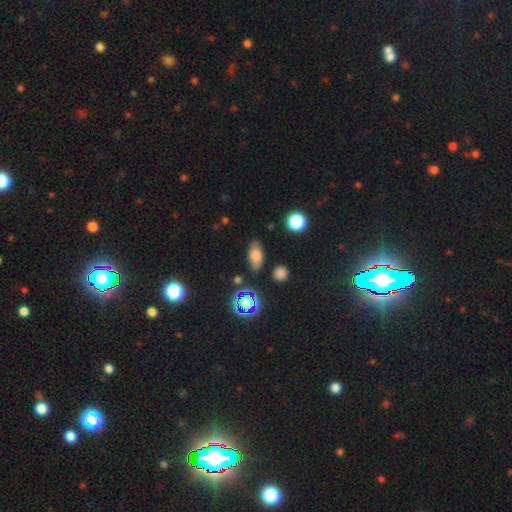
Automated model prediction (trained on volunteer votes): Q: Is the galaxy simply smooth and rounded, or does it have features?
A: smooth — 71%.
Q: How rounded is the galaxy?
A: in between — 84%.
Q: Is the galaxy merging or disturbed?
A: none — 79%.